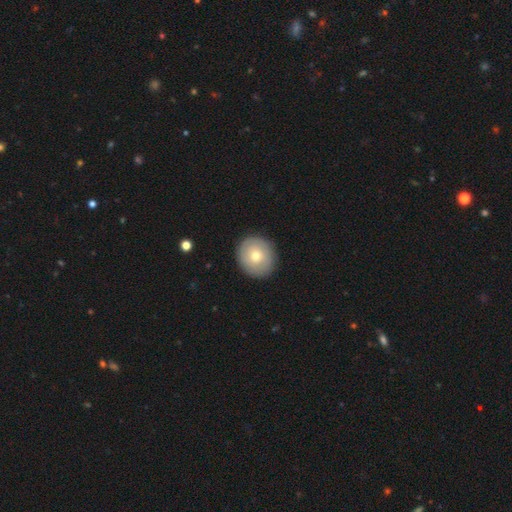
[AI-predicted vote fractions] The model was most divided on "smooth or featured": smooth: 66%, featured or disk: 26%, star or artifact: 7%. More confident: merging — none (90%); how rounded — round (88%).